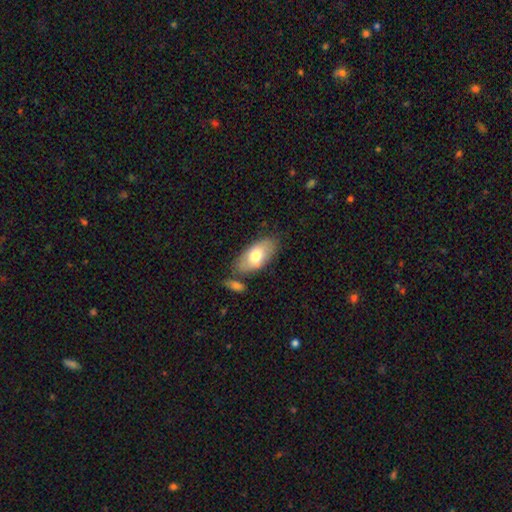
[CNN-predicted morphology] Smooth or featured?
  - smooth: 71% *
  - featured or disk: 23%
  - star or artifact: 6%
How rounded?
  - in between: 92% *
  - cigar-shaped: 5%
  - round: 3%
Merging?
  - none: 69% *
  - minor disturbance: 16%
  - merger: 11%
  - major disturbance: 4%